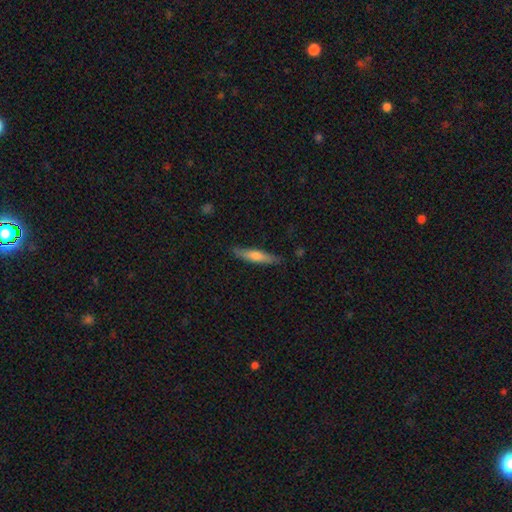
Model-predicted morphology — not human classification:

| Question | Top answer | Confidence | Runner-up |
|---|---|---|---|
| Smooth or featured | smooth | 57% | featured or disk (38%) |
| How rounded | cigar-shaped | 87% | in between (11%) |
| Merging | none | 84% | minor disturbance (13%) |